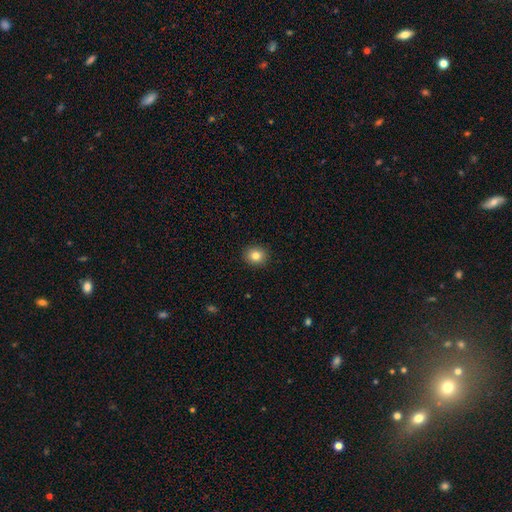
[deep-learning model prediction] Smooth or featured: smooth — 83% (star or artifact — 10%)
How rounded: round — 80% (in between — 19%)
Merging: none — 91% (minor disturbance — 6%)